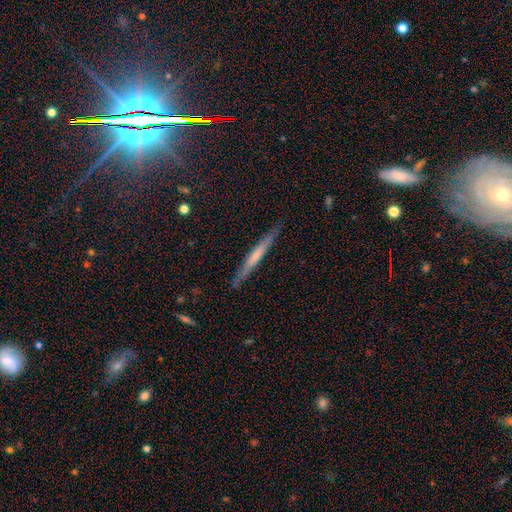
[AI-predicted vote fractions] A featured or disk galaxy (51%) viewed edge-on (95%).

Vote fractions:
- Smooth or featured? featured or disk: 51% / smooth: 42% / star or artifact: 7%
- Edge-on disk? yes: 95% / no: 5%
- Merging? none: 88% / minor disturbance: 9% / major disturbance: 2% / merger: 1%